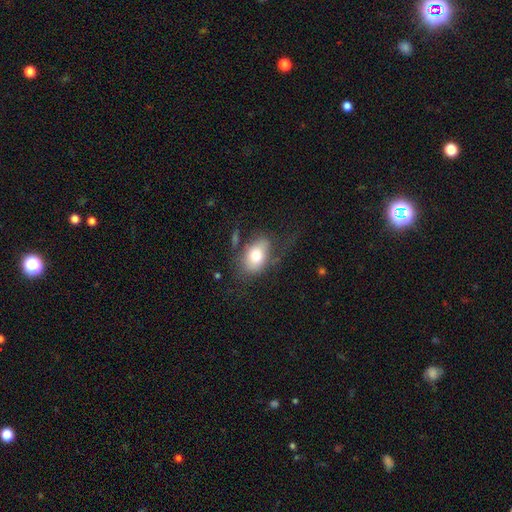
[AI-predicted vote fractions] The model was most divided on "merging": none: 54%, minor disturbance: 23%, major disturbance: 18%, merger: 5%. More confident: how rounded — in between (86%); smooth or featured — smooth (71%).